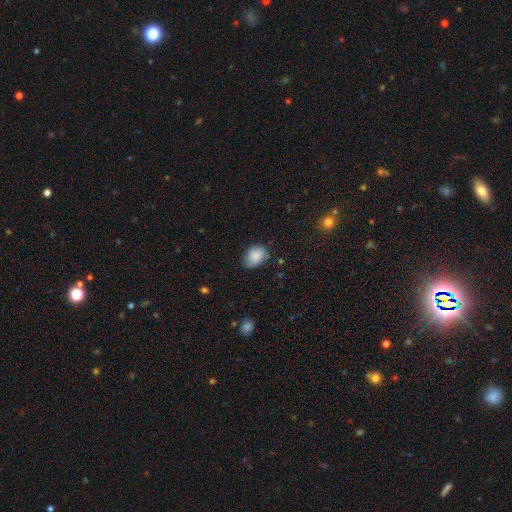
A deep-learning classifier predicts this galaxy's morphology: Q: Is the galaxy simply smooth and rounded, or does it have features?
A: smooth — 83%.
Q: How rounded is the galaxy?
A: in between — 73%.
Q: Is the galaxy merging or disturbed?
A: none — 62%.